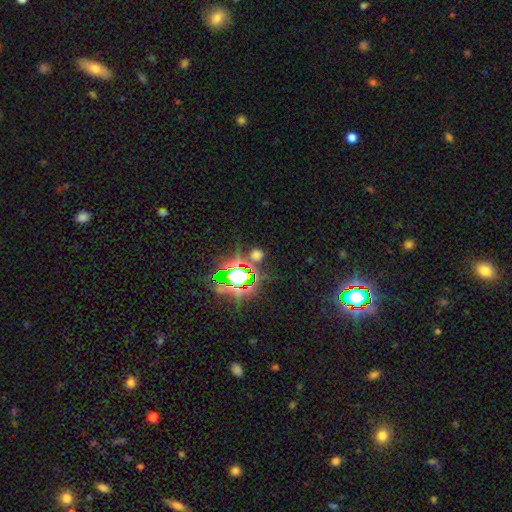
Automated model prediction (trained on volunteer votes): Smooth or featured: star or artifact — 63% (smooth — 29%)